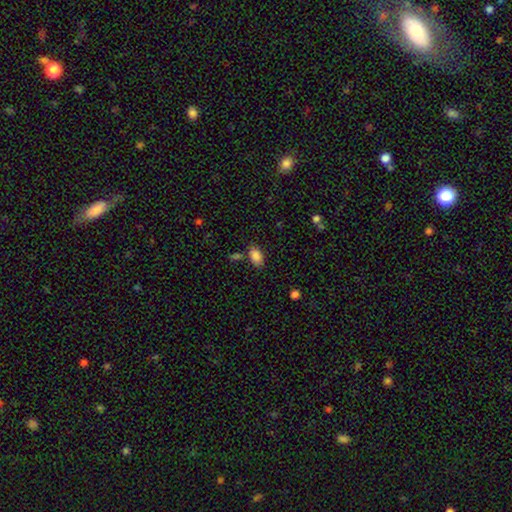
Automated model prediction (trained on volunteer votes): This appears to be a smooth galaxy with no disk features (87%) that is in between round and cigar-shaped (90%). Merging: none (74%).